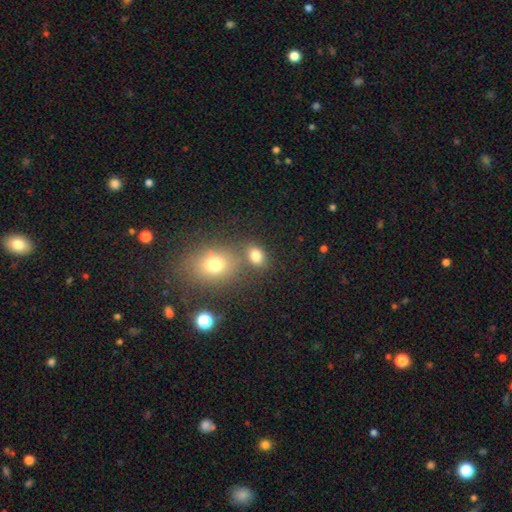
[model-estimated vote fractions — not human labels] Smooth or featured: smooth — 78% (star or artifact — 14%)
How rounded: in between — 61% (round — 38%)
Merging: none — 61% (merger — 23%)